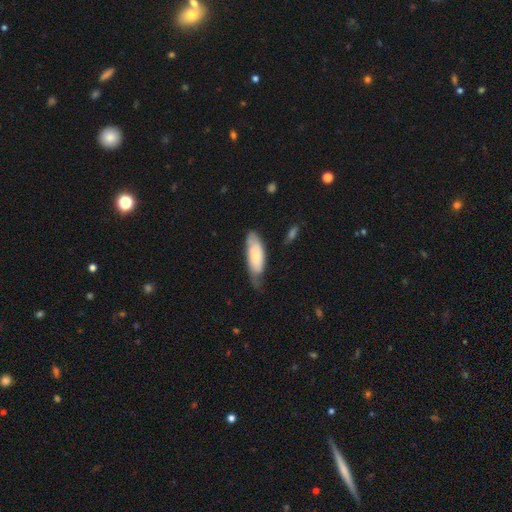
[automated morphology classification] type=smooth (56%); roundness=in between (72%); merging=none (45%).